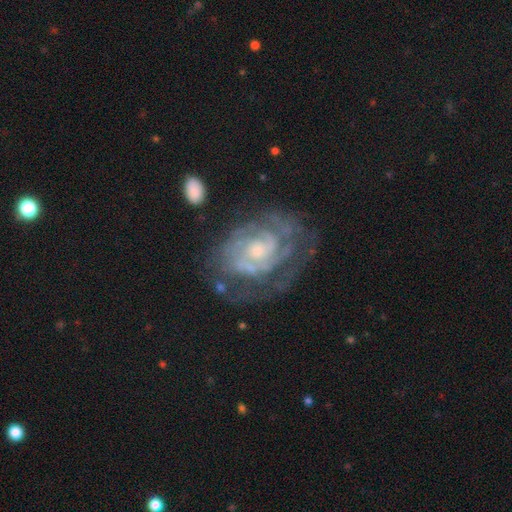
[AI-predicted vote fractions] A featured or disk galaxy (81%) with no bar (70%), tight (66%) spiral arms (84%) and a small central bulge (45%). Merging: none (62%).